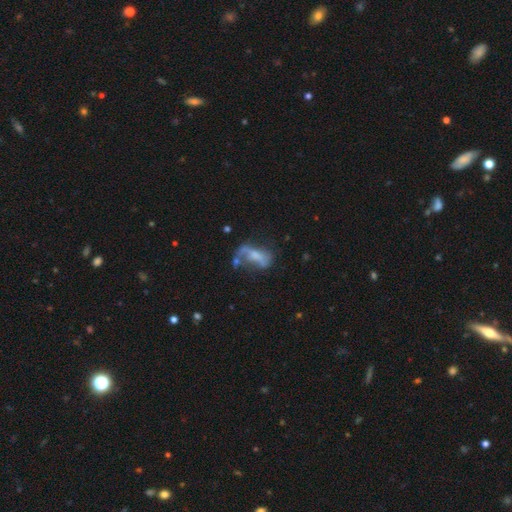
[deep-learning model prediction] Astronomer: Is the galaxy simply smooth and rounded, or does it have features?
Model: featured or disk — 51% (runner-up: smooth, 37%).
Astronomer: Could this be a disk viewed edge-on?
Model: no — 89%.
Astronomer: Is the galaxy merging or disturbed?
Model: major disturbance — 32% (runner-up: none, 30%).